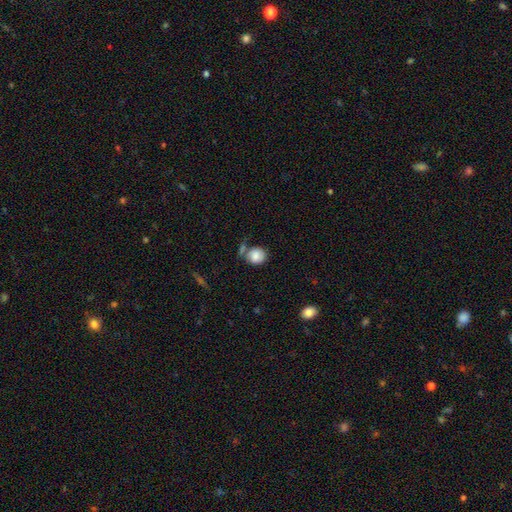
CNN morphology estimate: Smooth or featured: smooth — 83% (featured or disk — 9%)
How rounded: round — 79% (in between — 20%)
Merging: none — 56% (merger — 19%)